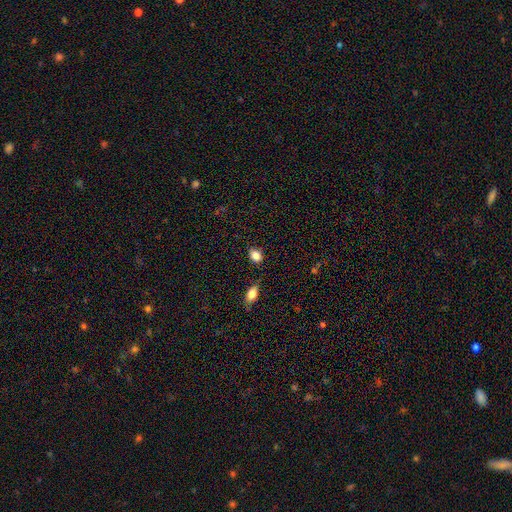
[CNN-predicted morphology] smooth_or_featured: smooth (p=0.85) [alt: star or artifact p=0.09]
how_rounded: in between (p=0.65) [alt: round p=0.34]
merging: none (p=0.79) [alt: minor disturbance p=0.15]